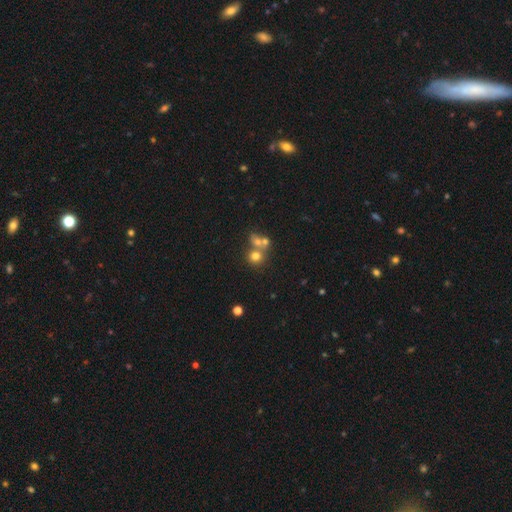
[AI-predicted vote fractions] A smooth galaxy with no disk features (68%) that is round (83%). Merging: merger (45%).